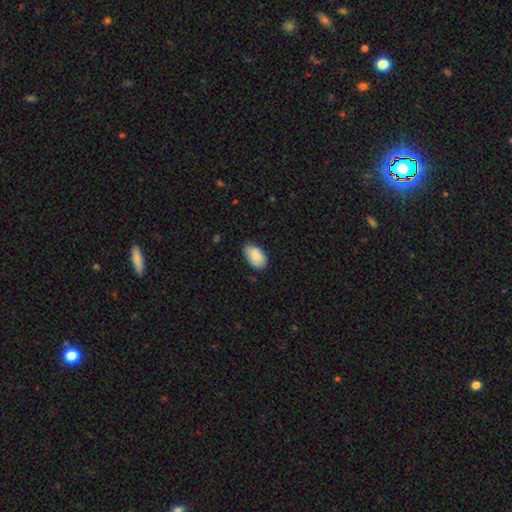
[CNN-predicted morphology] The model was most divided on "merging": none: 78%, minor disturbance: 19%, major disturbance: 3%, merger: 1%. More confident: how rounded — in between (94%); smooth or featured — smooth (88%).